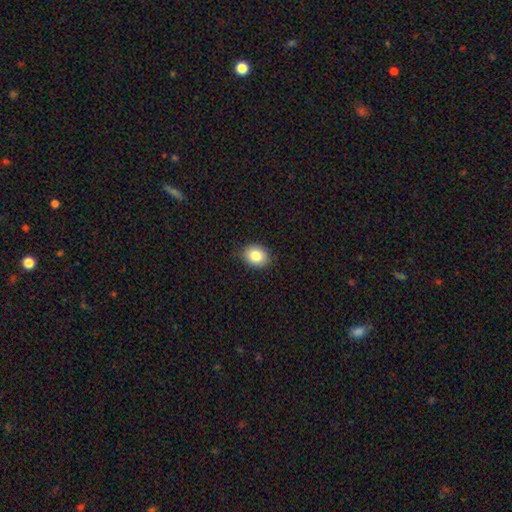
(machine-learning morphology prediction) This appears to be a smooth galaxy with no disk features (83%) that is in between round and cigar-shaped (52%). Merging: none (85%).